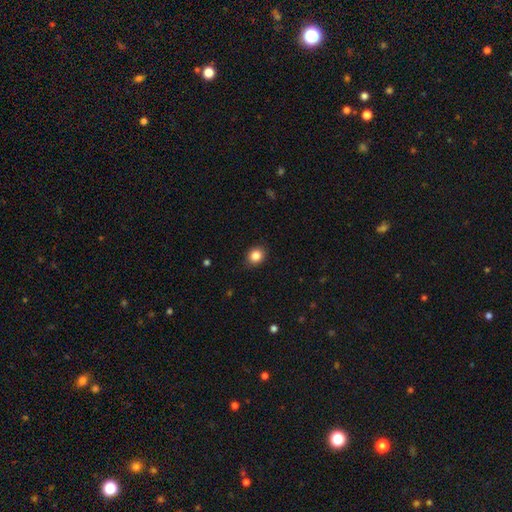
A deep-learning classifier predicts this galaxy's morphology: Q: Smooth or featured?
A: smooth (85%); runner-up: star or artifact (10%)
Q: How rounded?
A: round (70%); runner-up: in between (29%)
Q: Merging?
A: none (88%); runner-up: minor disturbance (9%)